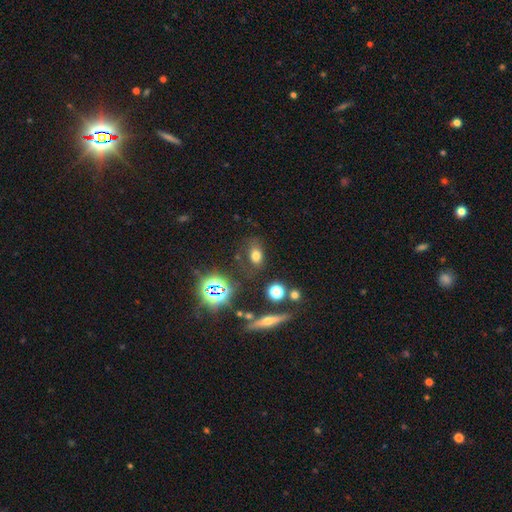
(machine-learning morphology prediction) smooth 65%, star or artifact 23%, featured or disk 12%. Down the decision tree: how rounded — in between (77%); merging — none (71%).